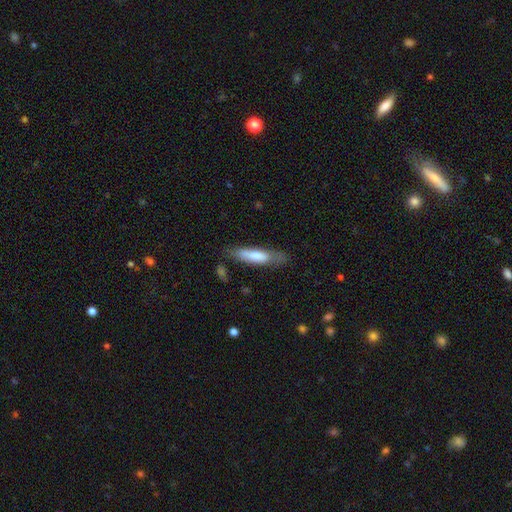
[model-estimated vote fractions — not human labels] Smooth or featured? smooth (72%)
How rounded? cigar-shaped (75%)
Merging? none (68%)